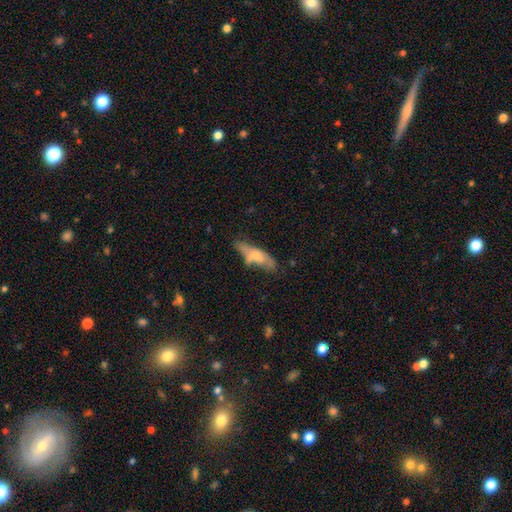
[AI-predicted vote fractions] smooth 59%, featured or disk 35%, star or artifact 7%. Down the decision tree: how rounded — cigar-shaped (49%, tied with in between); merging — none (48%).